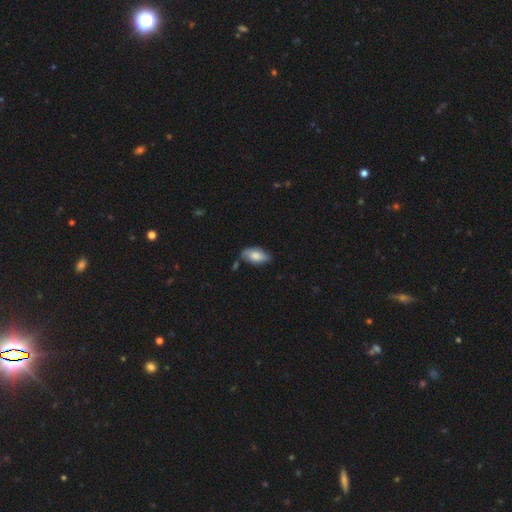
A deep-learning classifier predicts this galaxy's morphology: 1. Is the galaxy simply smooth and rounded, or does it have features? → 77% smooth, 16% featured or disk, 6% star or artifact.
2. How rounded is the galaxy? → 93% in between, 4% cigar-shaped, 3% round.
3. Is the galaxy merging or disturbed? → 69% none, 23% minor disturbance, 4% merger, 4% major disturbance.